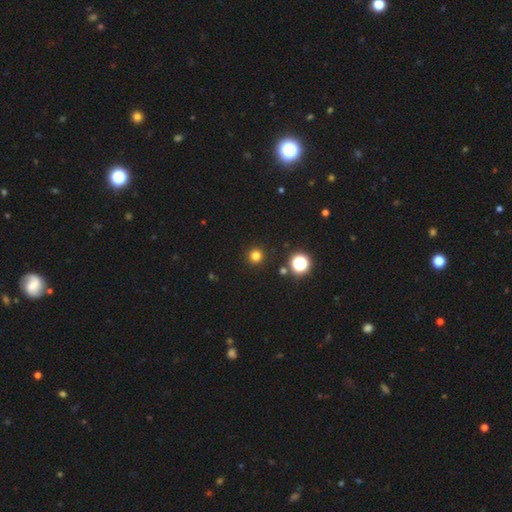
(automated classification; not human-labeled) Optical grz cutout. It shows a smooth galaxy with no disk features (79%) that is round (96%). Merging: none (92%).